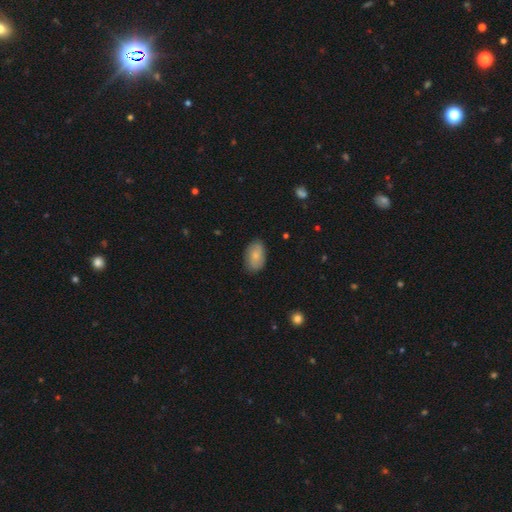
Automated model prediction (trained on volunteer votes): This appears to be a smooth galaxy with no disk features (79%) that is in between round and cigar-shaped (92%). Merging: none (82%).